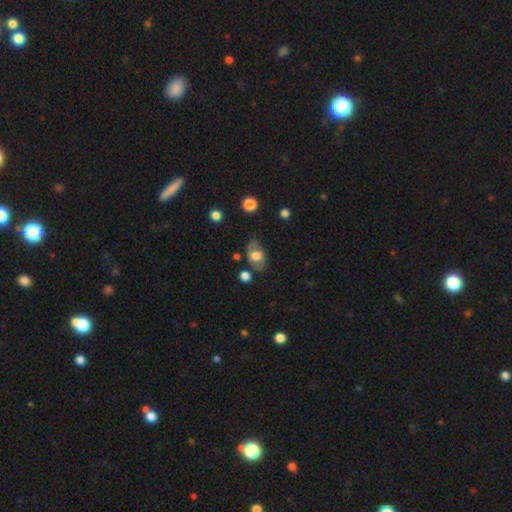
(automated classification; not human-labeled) A smooth galaxy with no disk features (57%) that is in between round and cigar-shaped (87%).

Vote fractions:
- Smooth or featured? smooth: 57% / featured or disk: 35% / star or artifact: 7%
- How rounded? in between: 87% / round: 11% / cigar-shaped: 2%
- Merging? none: 69% / minor disturbance: 20% / major disturbance: 6% / merger: 4%